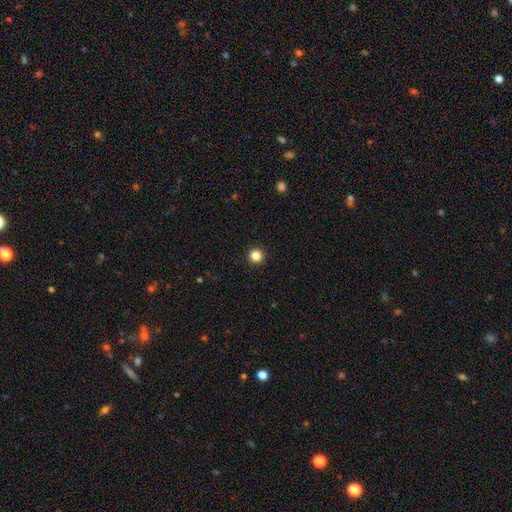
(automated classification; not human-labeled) Q: Smooth or featured?
A: smooth (84%); runner-up: star or artifact (12%)
Q: How rounded?
A: round (96%); runner-up: in between (3%)
Q: Merging?
A: none (94%); runner-up: minor disturbance (4%)